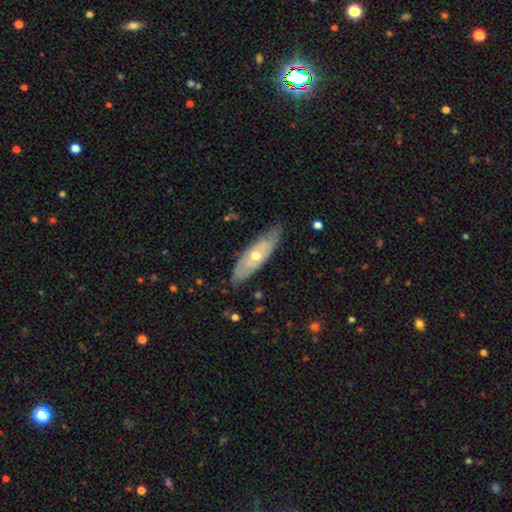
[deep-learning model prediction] smooth-or-featured: featured or disk: 56% | smooth: 38% | star or artifact: 5%
  disk-edge-on: no: 65% | yes: 35%
  merging: none: 77% | minor disturbance: 19% | major disturbance: 3% | merger: 1%